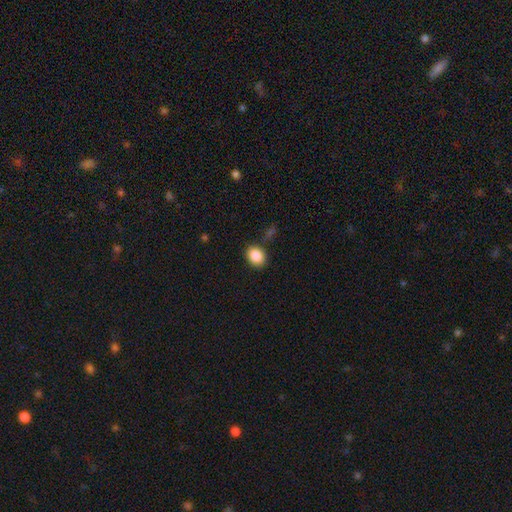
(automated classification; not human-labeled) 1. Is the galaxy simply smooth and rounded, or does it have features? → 87% smooth, 8% star or artifact, 5% featured or disk.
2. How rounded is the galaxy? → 59% in between, 40% round, 1% cigar-shaped.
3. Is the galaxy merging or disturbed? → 84% none, 10% minor disturbance, 3% merger, 3% major disturbance.